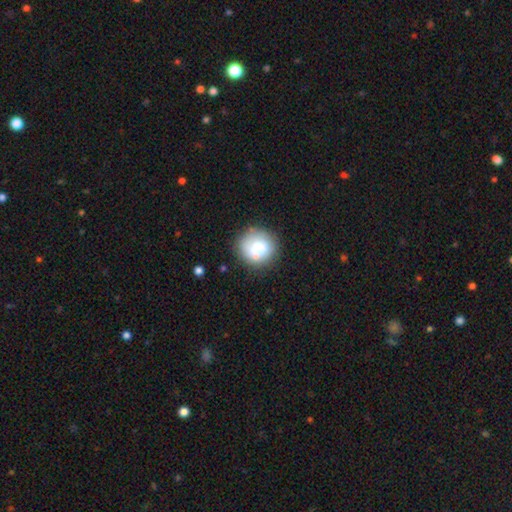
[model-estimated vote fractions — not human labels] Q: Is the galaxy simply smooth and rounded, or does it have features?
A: smooth — 68%.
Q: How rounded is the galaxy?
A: round — 87%.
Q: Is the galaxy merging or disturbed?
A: none — 67%.